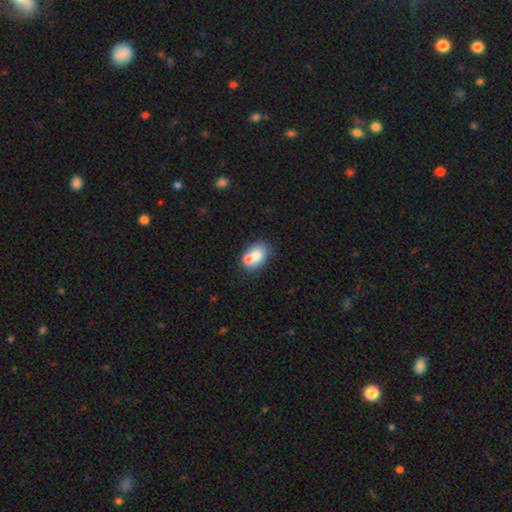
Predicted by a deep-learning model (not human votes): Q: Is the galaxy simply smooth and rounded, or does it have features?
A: smooth — 72%.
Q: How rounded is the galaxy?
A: in between — 77%.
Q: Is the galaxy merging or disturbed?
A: merger — 43%.